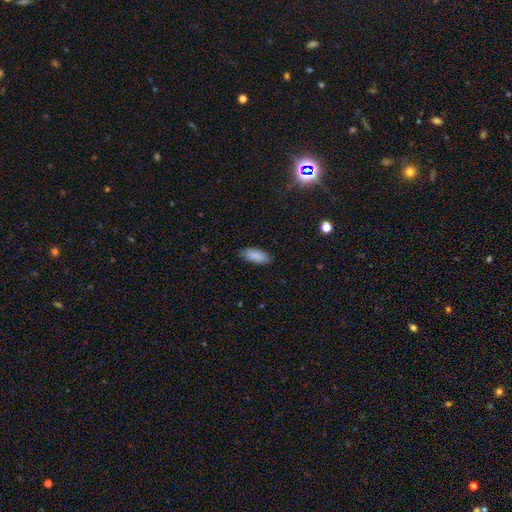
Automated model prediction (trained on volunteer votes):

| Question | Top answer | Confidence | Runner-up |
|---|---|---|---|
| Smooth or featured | smooth | 88% | star or artifact (6%) |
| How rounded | in between | 79% | cigar-shaped (20%) |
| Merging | none | 86% | minor disturbance (11%) |